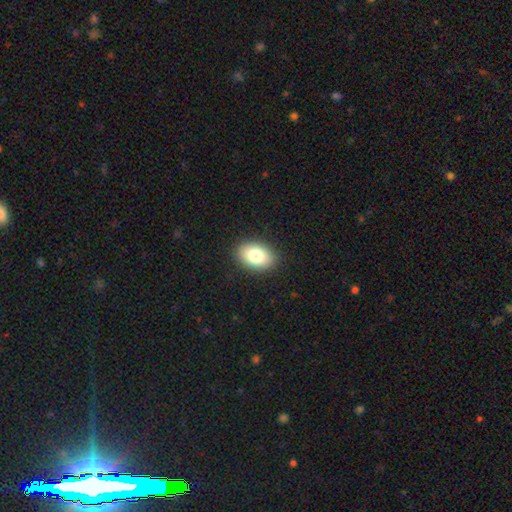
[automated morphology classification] smooth 82%, featured or disk 10%, star or artifact 8%. Down the decision tree: how rounded — in between (87%); merging — none (90%).